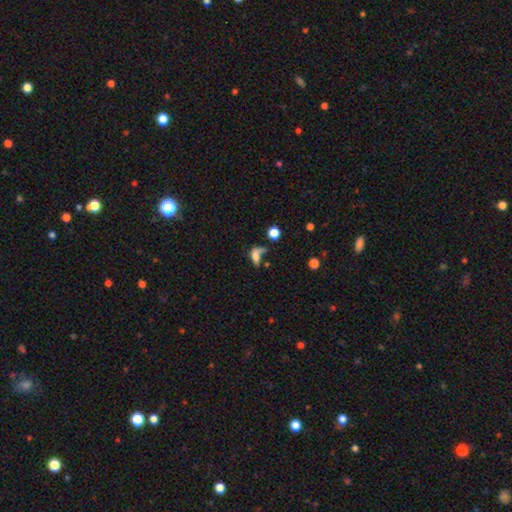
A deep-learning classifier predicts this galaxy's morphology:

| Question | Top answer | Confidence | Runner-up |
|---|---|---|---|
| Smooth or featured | smooth | 60% | featured or disk (25%) |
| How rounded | in between | 67% | cigar-shaped (19%) |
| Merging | major disturbance | 30% | none (27%) |